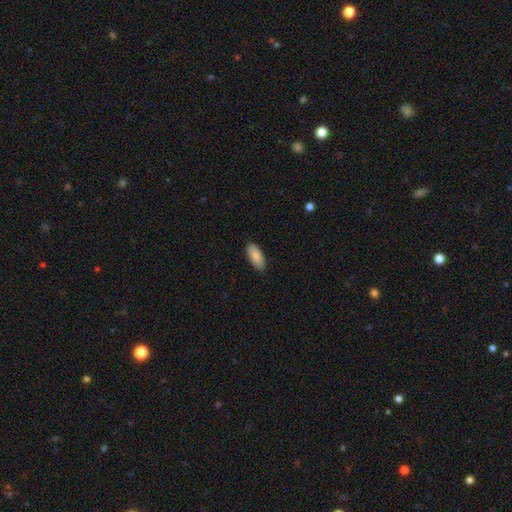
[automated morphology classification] A smooth galaxy with no disk features (86%) that is in between round and cigar-shaped (86%). Merging: none (89%).